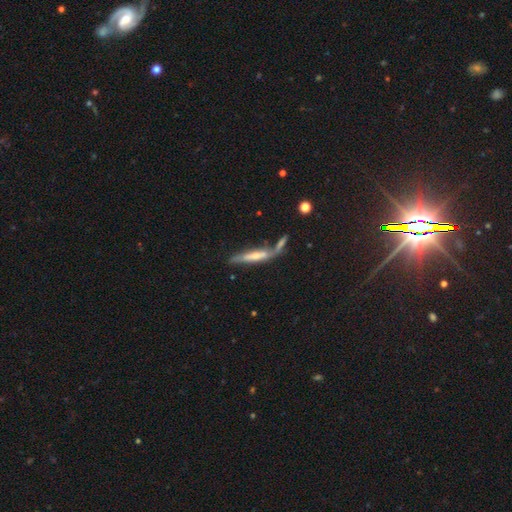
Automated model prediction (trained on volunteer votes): Smooth or featured: featured or disk — 55% (smooth — 36%)
Edge-on disk: yes — 82% (no — 18%)
Merging: none — 49% (merger — 25%)